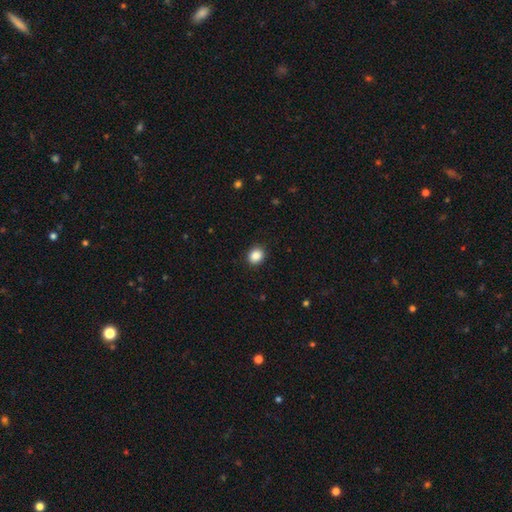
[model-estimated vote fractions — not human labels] Smooth or featured? smooth (88%)
How rounded? round (68%)
Merging? none (90%)